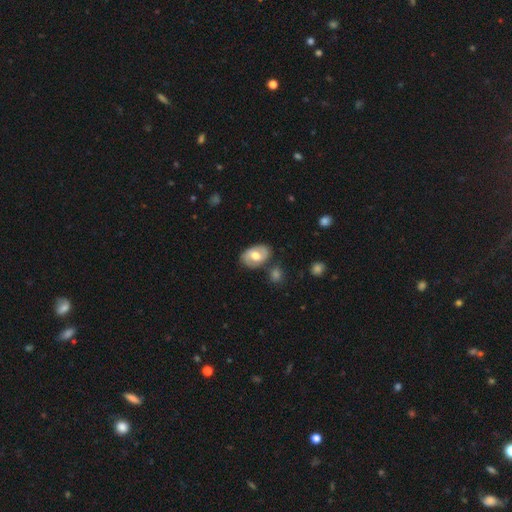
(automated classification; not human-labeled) A smooth galaxy with no disk features (53%) that is in between round and cigar-shaped (87%). Merging: none (74%).